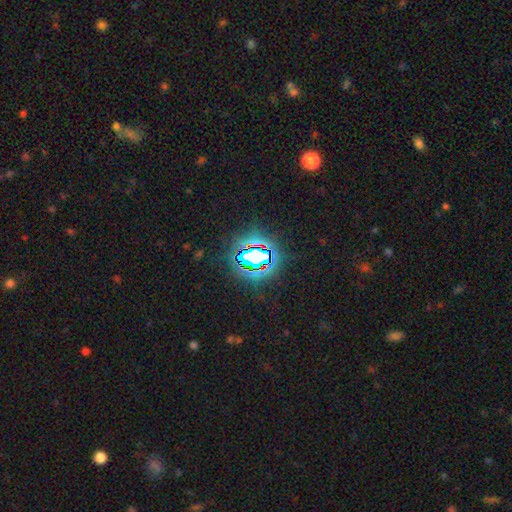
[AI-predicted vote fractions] Smooth or featured? Predicted: star or artifact (p=0.72).